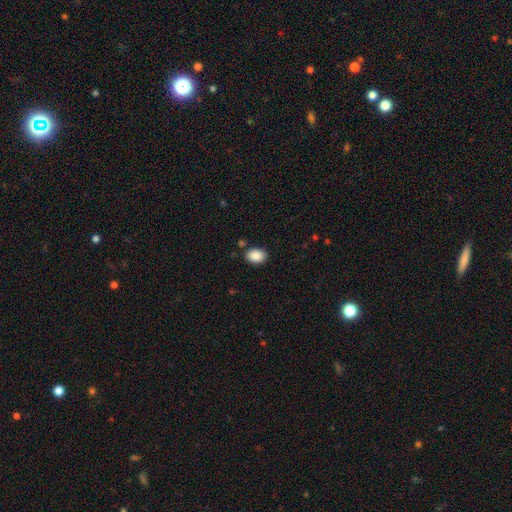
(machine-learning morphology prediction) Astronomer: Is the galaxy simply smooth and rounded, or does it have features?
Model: smooth — 89%.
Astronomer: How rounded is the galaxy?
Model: in between — 78%.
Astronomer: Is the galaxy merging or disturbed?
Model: none — 85%.